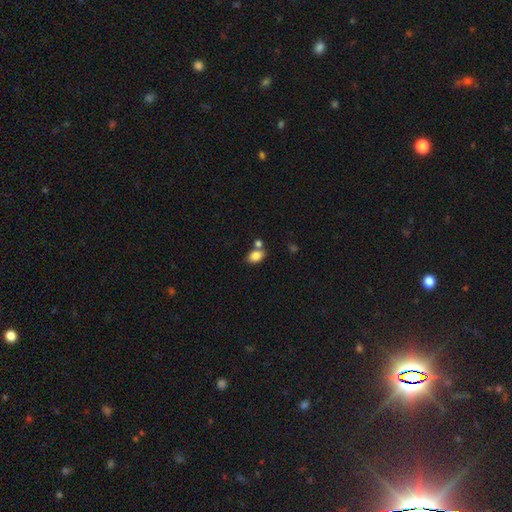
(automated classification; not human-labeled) A smooth galaxy with no disk features (84%) that is in between round and cigar-shaped (80%).

Vote fractions:
- Smooth or featured? smooth: 84% / star or artifact: 9% / featured or disk: 7%
- How rounded? in between: 80% / round: 19% / cigar-shaped: 1%
- Merging? none: 56% / merger: 27% / minor disturbance: 13% / major disturbance: 4%